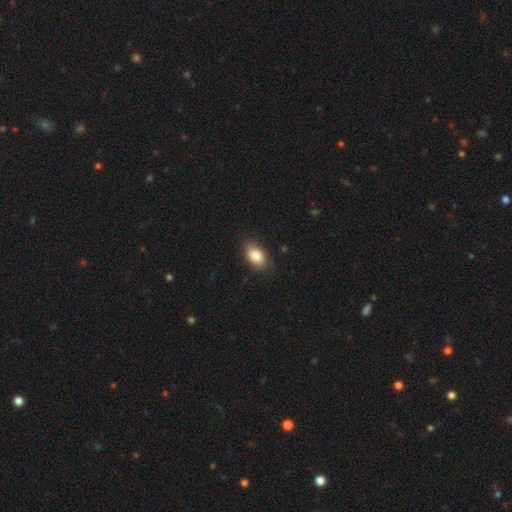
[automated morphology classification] Smooth or featured: smooth — 84% (featured or disk — 8%)
How rounded: in between — 90% (round — 9%)
Merging: none — 84% (minor disturbance — 13%)